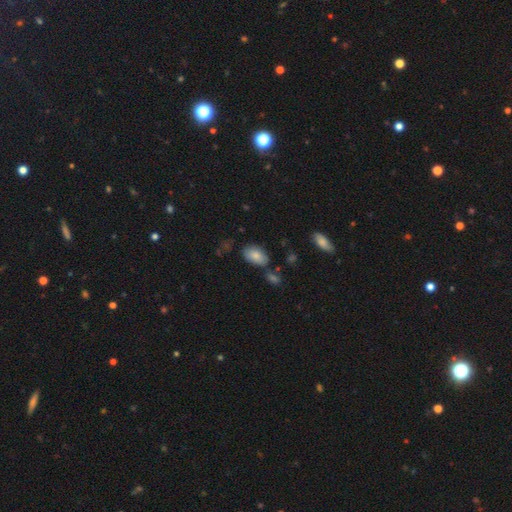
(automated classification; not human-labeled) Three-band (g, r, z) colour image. It shows a smooth galaxy with no disk features (83%) that is in between round and cigar-shaped (93%). Merging: none (67%).